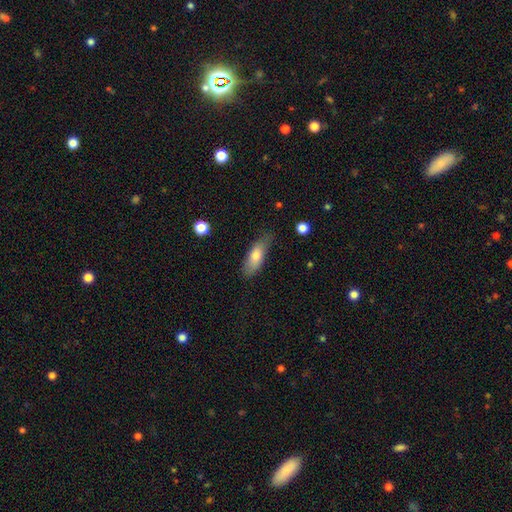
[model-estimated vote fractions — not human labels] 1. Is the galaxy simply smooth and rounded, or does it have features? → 75% smooth, 19% featured or disk, 6% star or artifact.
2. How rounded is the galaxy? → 65% in between, 32% cigar-shaped, 2% round.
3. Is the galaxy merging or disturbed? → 71% none, 22% minor disturbance, 5% major disturbance, 2% merger.